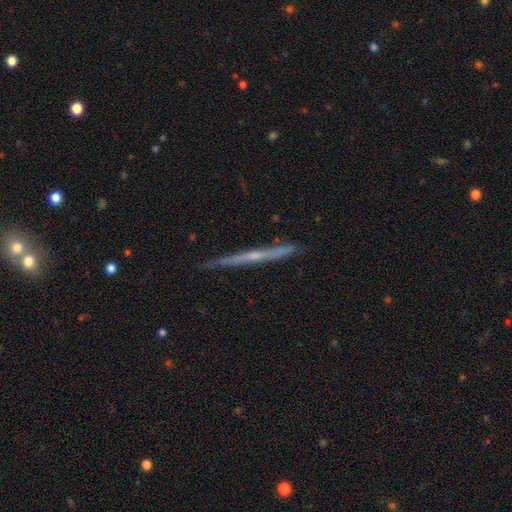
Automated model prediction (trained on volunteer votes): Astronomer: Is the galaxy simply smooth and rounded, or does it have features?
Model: featured or disk — 74%.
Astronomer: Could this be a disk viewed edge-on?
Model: yes — 98%.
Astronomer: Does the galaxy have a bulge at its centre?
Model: none — 50% (runner-up: rounded, 46%).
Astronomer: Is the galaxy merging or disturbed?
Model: none — 88%.